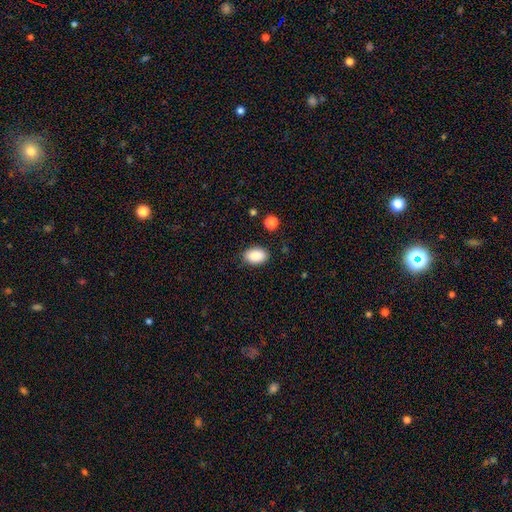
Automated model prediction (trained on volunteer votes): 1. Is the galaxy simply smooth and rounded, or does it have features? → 89% smooth, 7% star or artifact, 3% featured or disk.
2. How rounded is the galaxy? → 87% in between, 12% round, 1% cigar-shaped.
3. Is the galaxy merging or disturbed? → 85% none, 11% minor disturbance, 3% major disturbance, 1% merger.